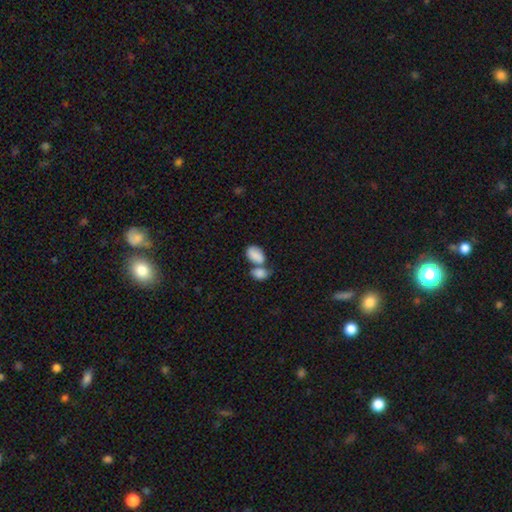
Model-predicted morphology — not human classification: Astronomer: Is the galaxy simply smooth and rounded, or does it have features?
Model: smooth — 84%.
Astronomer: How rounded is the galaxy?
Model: in between — 90%.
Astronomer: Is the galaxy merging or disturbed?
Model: merger — 61%.